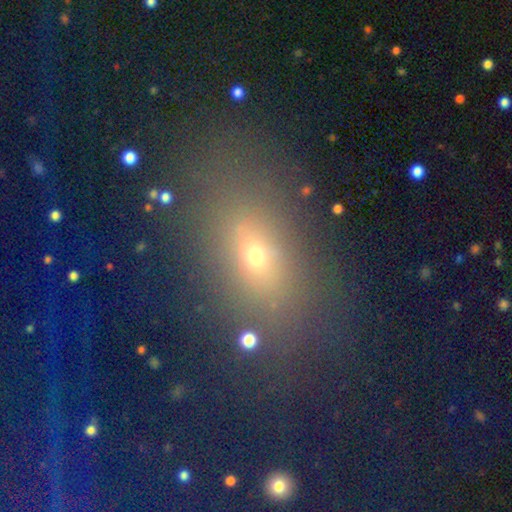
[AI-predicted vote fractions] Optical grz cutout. It shows a smooth galaxy with no disk features (61%) that is in between round and cigar-shaped (74%). Merging: none (72%).